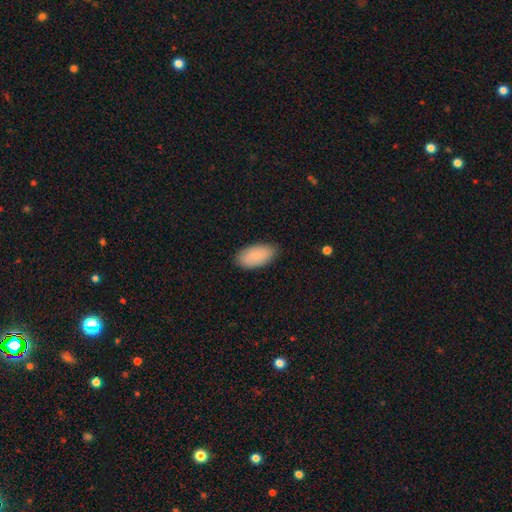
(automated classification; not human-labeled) Smooth or featured? smooth (88%)
How rounded? in between (94%)
Merging? none (85%)